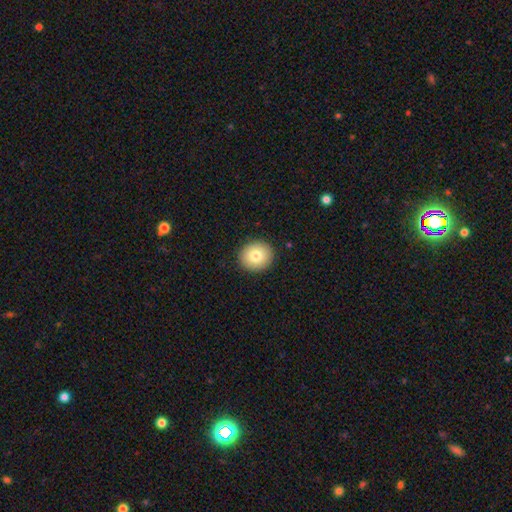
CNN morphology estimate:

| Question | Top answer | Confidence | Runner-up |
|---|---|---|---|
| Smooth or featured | smooth | 79% | featured or disk (11%) |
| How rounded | round | 84% | in between (15%) |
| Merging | none | 91% | minor disturbance (6%) |